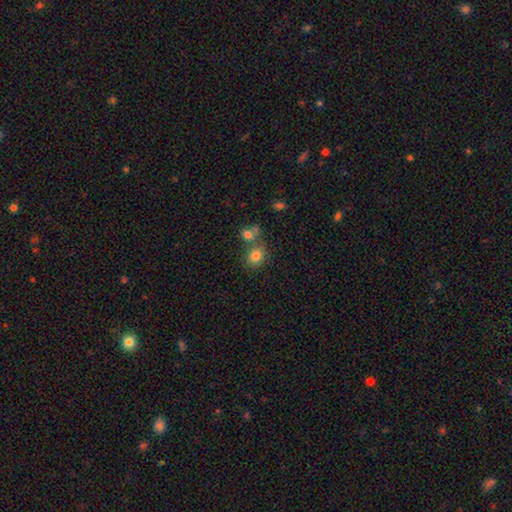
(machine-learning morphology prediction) Smooth or featured? smooth (80%)
How rounded? round (68%)
Merging? none (56%)